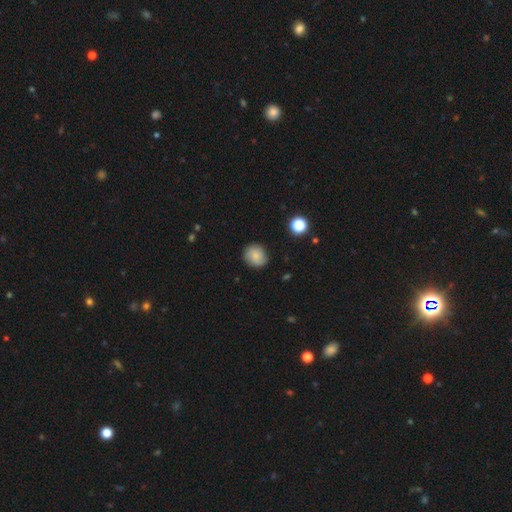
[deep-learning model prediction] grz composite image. It shows a smooth galaxy with no disk features (75%) that is round (83%). Merging: none (82%).